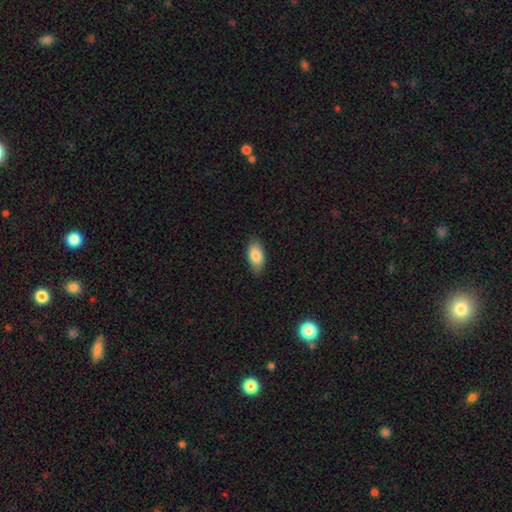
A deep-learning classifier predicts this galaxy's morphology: This is clearly a smooth galaxy (84%). How rounded: clearly in between (92%). Merging: clearly none (85%).